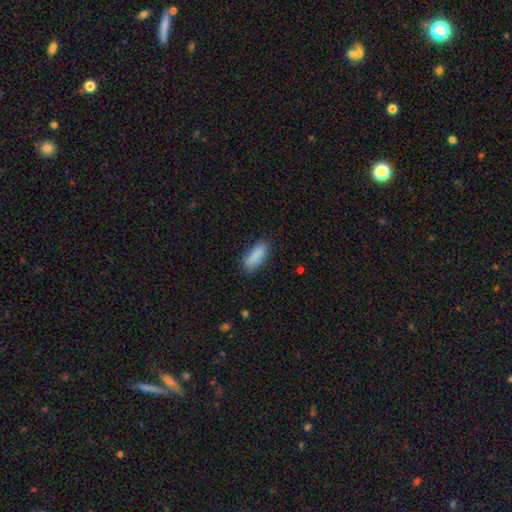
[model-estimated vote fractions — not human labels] smooth_or_featured: smooth (p=0.88) [alt: star or artifact p=0.07]
how_rounded: in between (p=0.72) [alt: cigar-shaped p=0.26]
merging: none (p=0.79) [alt: minor disturbance p=0.16]